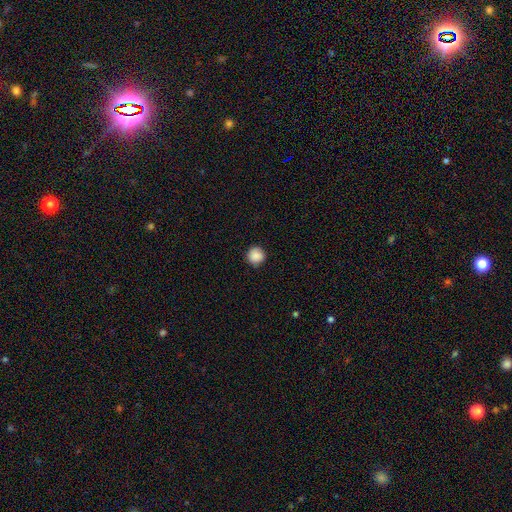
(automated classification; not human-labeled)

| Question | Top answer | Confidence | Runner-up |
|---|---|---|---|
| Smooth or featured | smooth | 88% | star or artifact (9%) |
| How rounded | round | 94% | in between (5%) |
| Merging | none | 87% | minor disturbance (10%) |